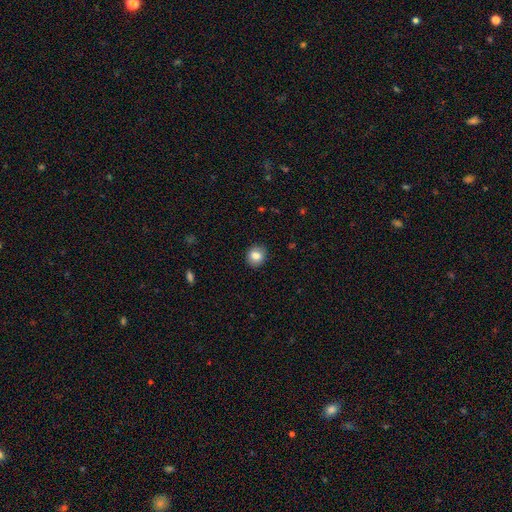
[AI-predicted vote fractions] Overall: smooth (84%). How rounded: round (81%). Merging: none (89%).